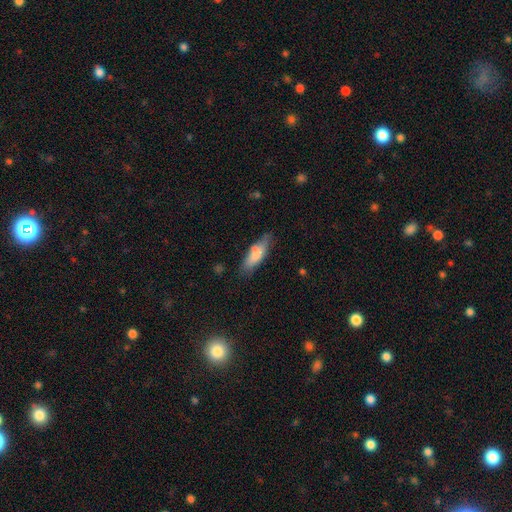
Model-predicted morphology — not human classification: The model was most divided on "how rounded": cigar-shaped: 51%, in between: 47%, round: 2%. More confident: smooth or featured — smooth (75%); merging — none (69%).